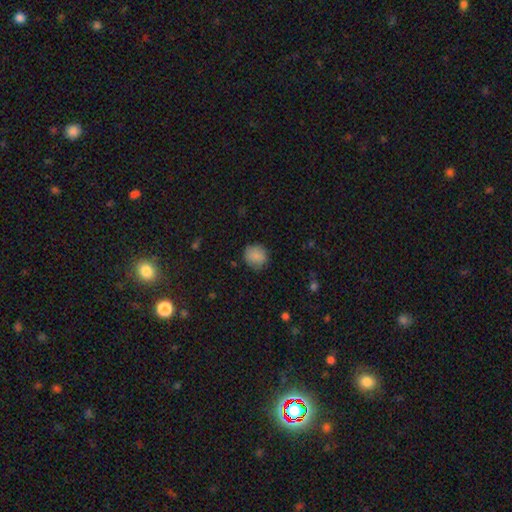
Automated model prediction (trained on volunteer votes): smooth 85%, star or artifact 8%, featured or disk 7%. Down the decision tree: how rounded — round (87%); merging — none (81%).